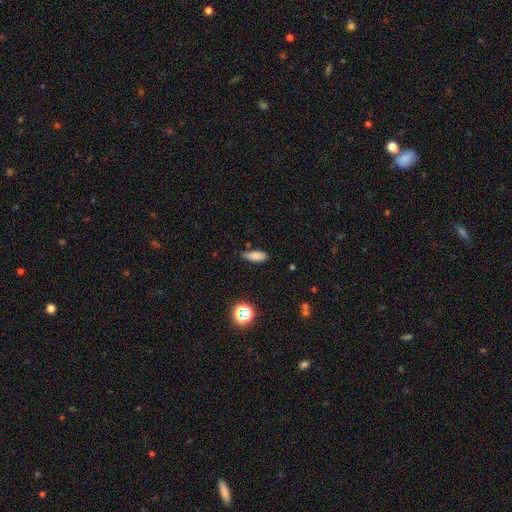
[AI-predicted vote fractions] Overall: smooth (80%). How rounded: in between (71%). Merging: none (65%; minor disturbance 27%).